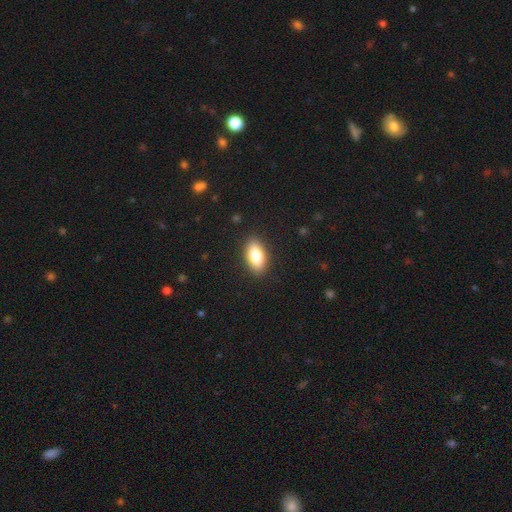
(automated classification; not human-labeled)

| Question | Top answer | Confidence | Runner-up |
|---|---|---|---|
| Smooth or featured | smooth | 82% | featured or disk (11%) |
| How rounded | in between | 89% | cigar-shaped (7%) |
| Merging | none | 88% | minor disturbance (9%) |